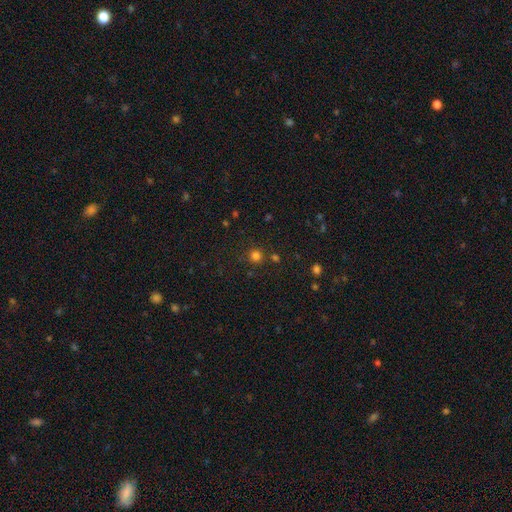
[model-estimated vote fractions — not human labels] A smooth galaxy with no disk features (77%) that is round (93%).

Vote fractions:
- Smooth or featured? smooth: 77% / star or artifact: 18% / featured or disk: 4%
- How rounded? round: 93% / in between: 6% / cigar-shaped: 1%
- Merging? none: 81% / minor disturbance: 8% / merger: 7% / major disturbance: 3%